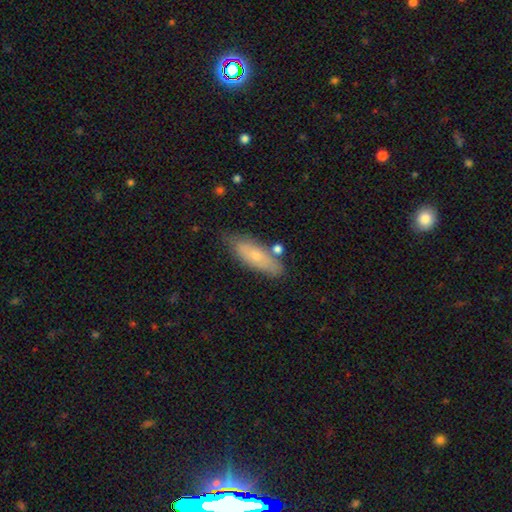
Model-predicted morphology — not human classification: Smooth or featured?
  - smooth: 62% *
  - featured or disk: 32%
  - star or artifact: 7%
How rounded?
  - in between: 63% *
  - cigar-shaped: 35%
  - round: 3%
Merging?
  - none: 71% *
  - minor disturbance: 19%
  - merger: 6%
  - major disturbance: 4%